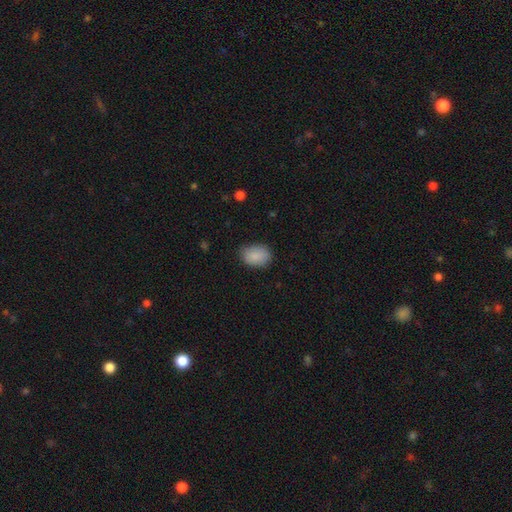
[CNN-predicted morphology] Smooth or featured? smooth (88%)
How rounded? in between (80%)
Merging? none (79%)